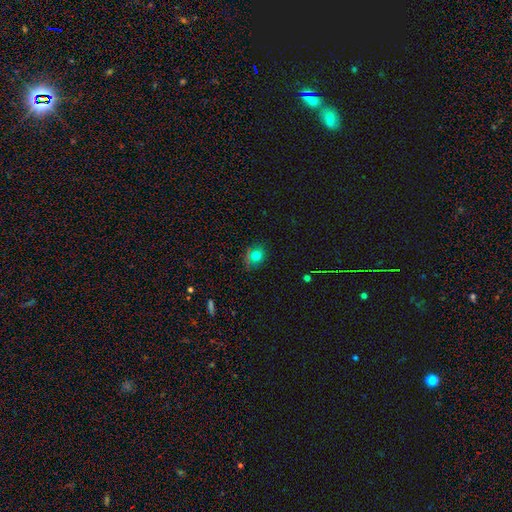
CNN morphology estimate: smooth_or_featured: smooth (p=0.72) [alt: star or artifact p=0.17]
how_rounded: round (p=0.66) [alt: in between p=0.32]
merging: none (p=0.73) [alt: minor disturbance p=0.18]